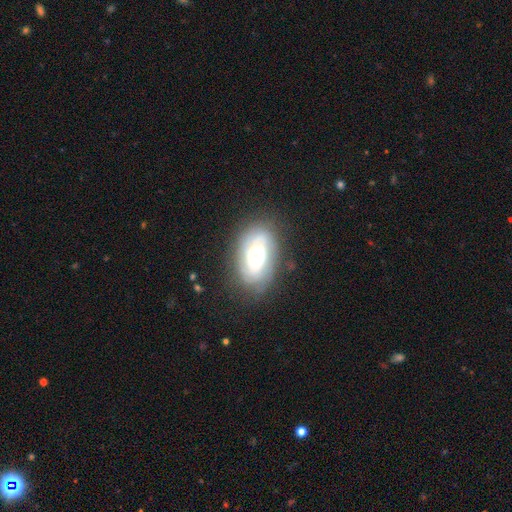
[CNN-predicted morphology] smooth_or_featured: featured or disk (p=0.61) [alt: smooth p=0.31]
disk_edge_on: no (p=0.93) [alt: yes p=0.07]
bar: no (p=0.62) [alt: weak p=0.27]
has_spiral_arms: yes (p=0.74) [alt: no p=0.26]
bulge_size: moderate (p=0.54) [alt: large p=0.35]
merging: none (p=0.75) [alt: minor disturbance p=0.17]